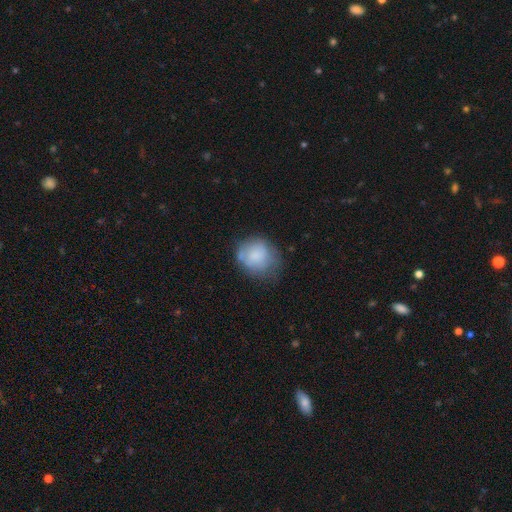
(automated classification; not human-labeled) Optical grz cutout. It shows a smooth galaxy with no disk features (74%) that is round (74%). Merging: none (50%).